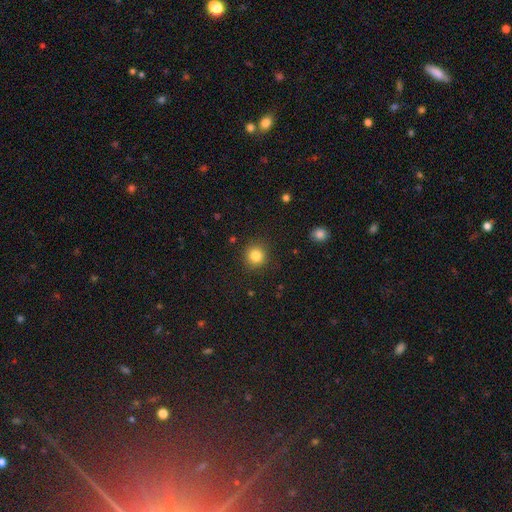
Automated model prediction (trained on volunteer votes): Overall: smooth (83%). How rounded: round (92%). Merging: none (90%).